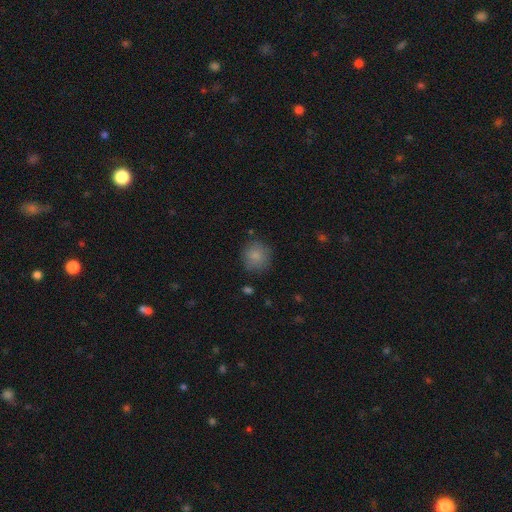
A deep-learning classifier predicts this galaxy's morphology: smooth 84%, star or artifact 9%, featured or disk 7%. Down the decision tree: how rounded — round (89%); merging — none (82%).